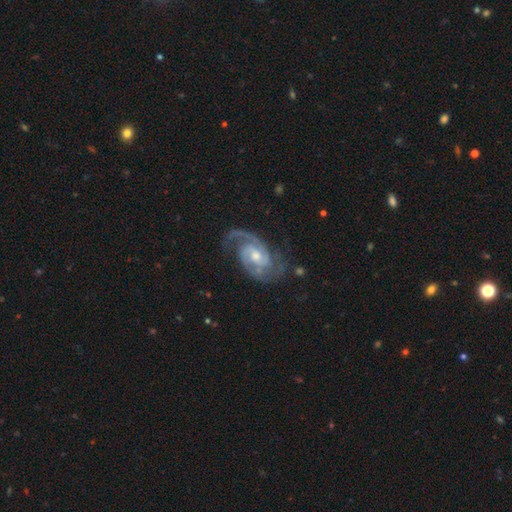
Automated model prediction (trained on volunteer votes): A featured or disk galaxy (92%) with no bar (47%), 2 (80%) medium (48%) spiral arms (98%) and a moderate central bulge (60%). Merging: none (73%).